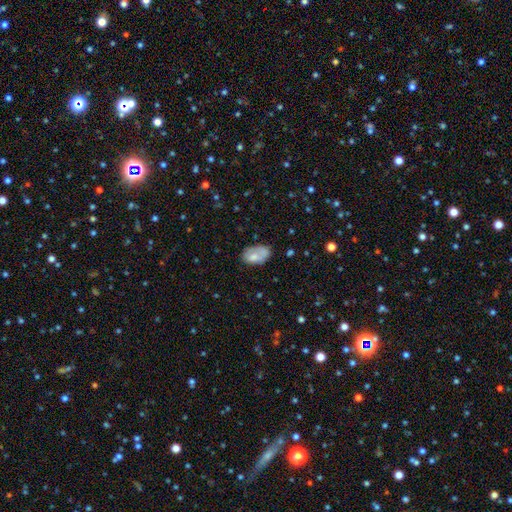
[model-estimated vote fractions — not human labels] Smooth or featured? smooth (71%)
How rounded? in between (90%)
Merging? none (51%)